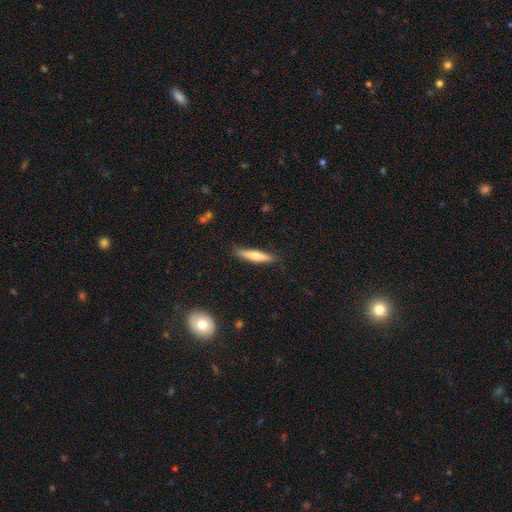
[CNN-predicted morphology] A smooth galaxy with no disk features (63%) that is cigar-shaped (86%).

Vote fractions:
- Smooth or featured? smooth: 63% / featured or disk: 31% / star or artifact: 6%
- How rounded? cigar-shaped: 86% / in between: 13% / round: 1%
- Merging? none: 86% / minor disturbance: 11% / major disturbance: 2% / merger: 1%